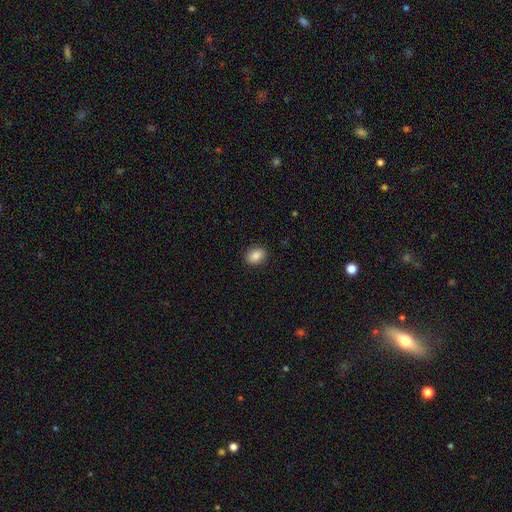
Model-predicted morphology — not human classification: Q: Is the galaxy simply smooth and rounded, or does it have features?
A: smooth — 86%.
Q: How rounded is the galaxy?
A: in between — 69%.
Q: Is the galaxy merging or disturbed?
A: none — 90%.